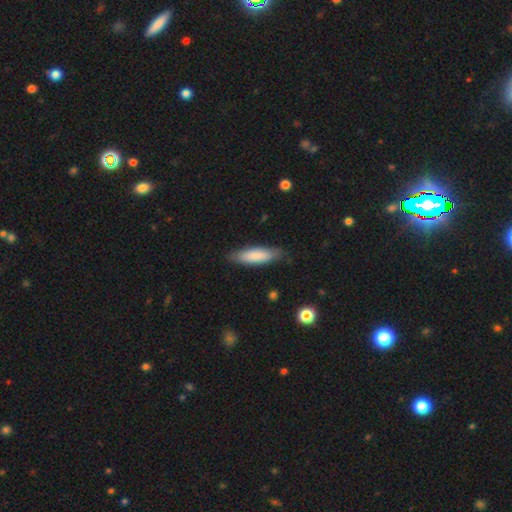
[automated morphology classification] Smooth or featured? smooth (82%)
How rounded? cigar-shaped (60%)
Merging? none (83%)